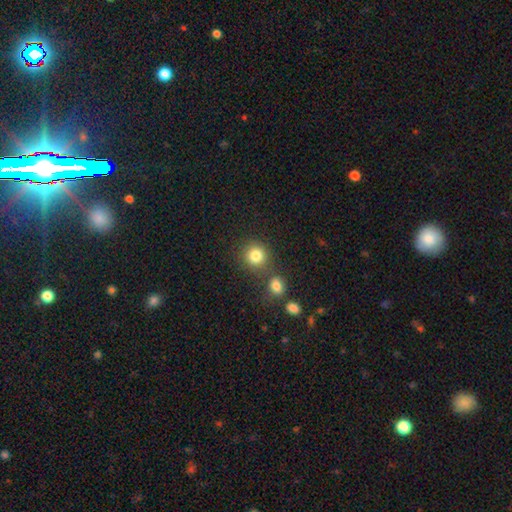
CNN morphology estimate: This appears to be a smooth galaxy with no disk features (83%) that is round (89%). Merging: none (73%).